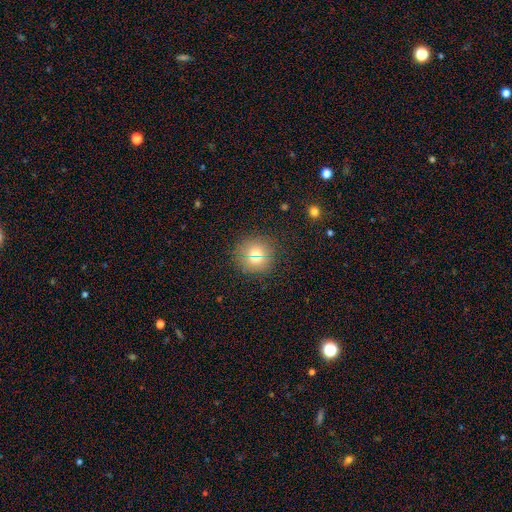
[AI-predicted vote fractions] Smooth or featured: smooth — 70% (star or artifact — 19%)
How rounded: round — 93% (in between — 6%)
Merging: none — 88% (minor disturbance — 7%)